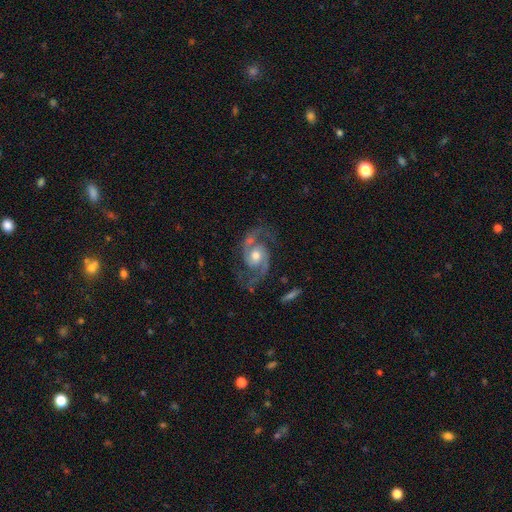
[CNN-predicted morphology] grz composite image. It shows a featured or disk galaxy (92%) with no bar (64%), 2 (94%) medium (62%) spiral arms (98%) and a moderate central bulge (71%). Merging: none (76%).